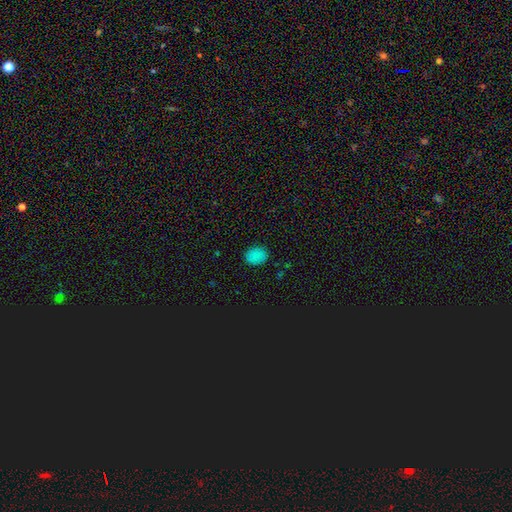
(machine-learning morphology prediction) Smooth or featured?
  - smooth: 83% *
  - star or artifact: 14%
  - featured or disk: 3%
How rounded?
  - in between: 55% *
  - round: 44%
  - cigar-shaped: 1%
Merging?
  - none: 87% *
  - minor disturbance: 10%
  - major disturbance: 2%
  - merger: 1%